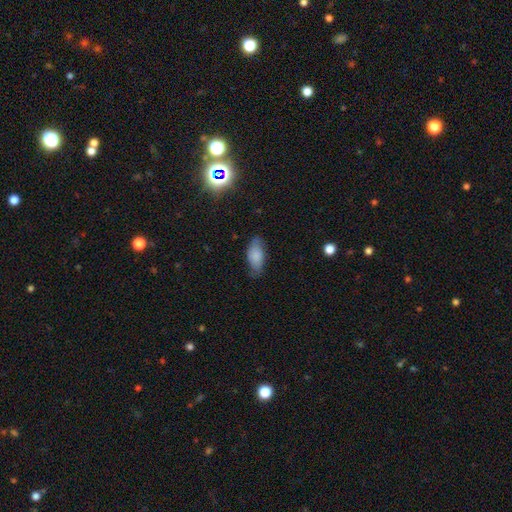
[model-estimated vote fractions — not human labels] smooth-or-featured: smooth: 78% | featured or disk: 14% | star or artifact: 8%
  how-rounded: in between: 86% | cigar-shaped: 11% | round: 3%
  merging: none: 68% | minor disturbance: 25% | major disturbance: 6% | merger: 2%